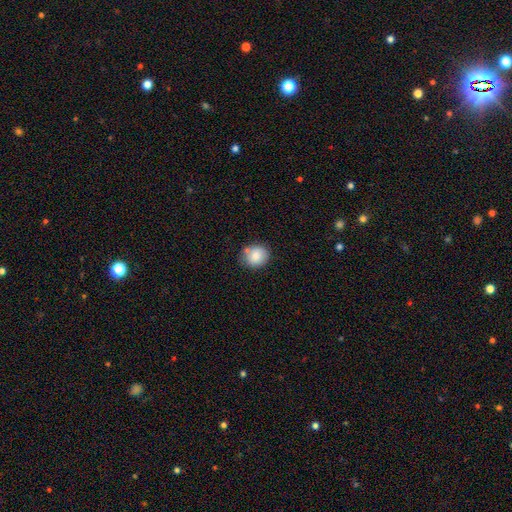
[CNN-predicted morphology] Smooth or featured: smooth — 84% (star or artifact — 8%)
How rounded: round — 72% (in between — 27%)
Merging: none — 72% (minor disturbance — 17%)